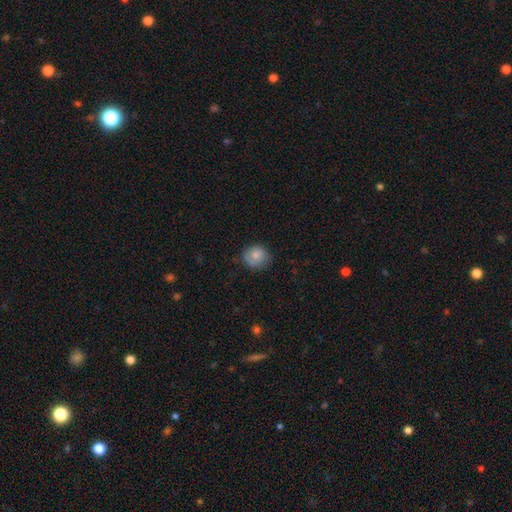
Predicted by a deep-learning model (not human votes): Smooth or featured? Predicted: smooth (p=0.80). How rounded? Predicted: round (p=0.79). Merging? Predicted: none (p=0.68).